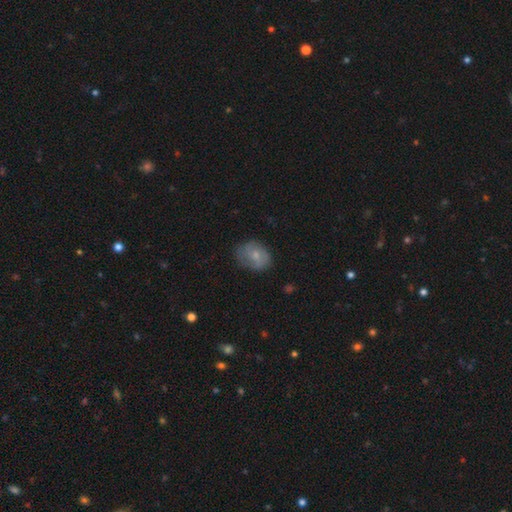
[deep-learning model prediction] smooth 68%, featured or disk 24%, star or artifact 8%. Down the decision tree: how rounded — in between (62%); merging — none (64%).